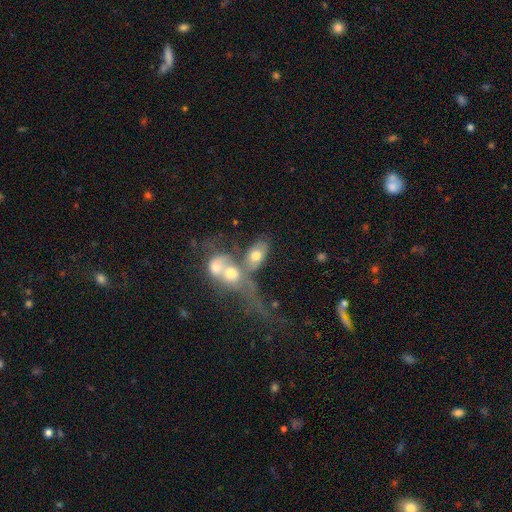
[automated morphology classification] smooth_or_featured: smooth (p=0.57) [alt: featured or disk p=0.32]
how_rounded: in between (p=0.83) [alt: round p=0.14]
merging: merger (p=0.57) [alt: none p=0.21]